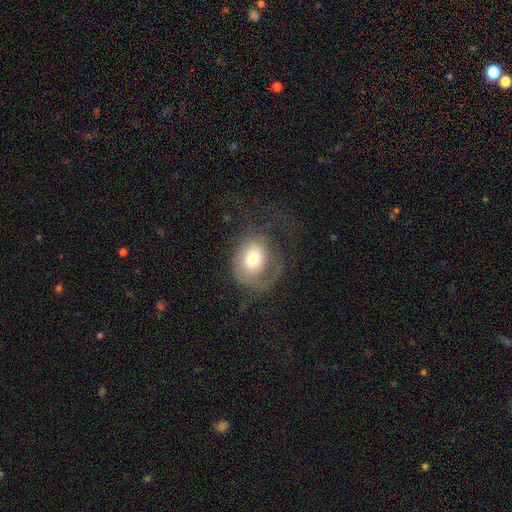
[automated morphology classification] Overall: smooth (61%; featured or disk 30%). How rounded: round (59%; in between 40%). Merging: major disturbance (40%; none 38%).